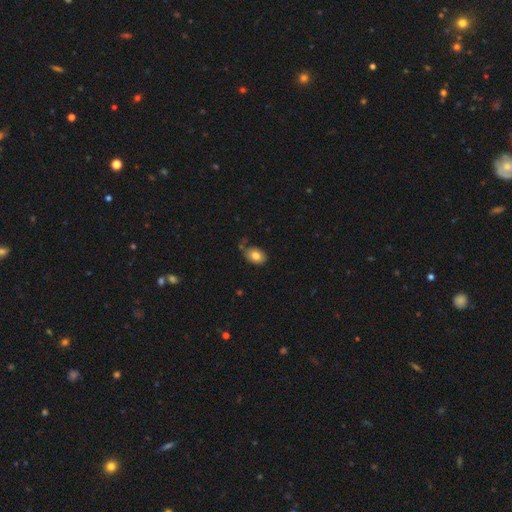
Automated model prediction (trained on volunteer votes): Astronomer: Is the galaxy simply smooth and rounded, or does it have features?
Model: smooth — 80%.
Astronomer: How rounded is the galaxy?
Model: in between — 82%.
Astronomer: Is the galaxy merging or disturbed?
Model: none — 68%.